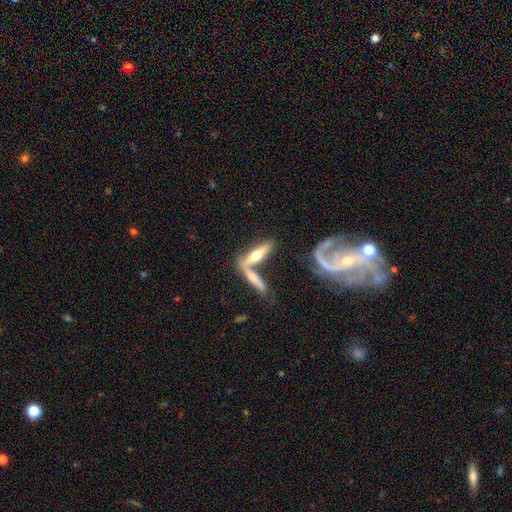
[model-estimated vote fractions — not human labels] smooth_or_featured: featured or disk (p=0.50) [alt: smooth p=0.43]
merging: merger (p=0.46) [alt: none p=0.38]